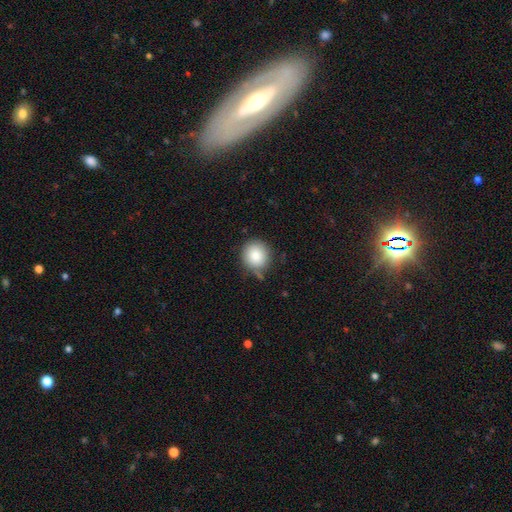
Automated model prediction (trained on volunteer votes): This is clearly a smooth galaxy (85%). How rounded: clearly round (88%). Merging: likely none (75%).